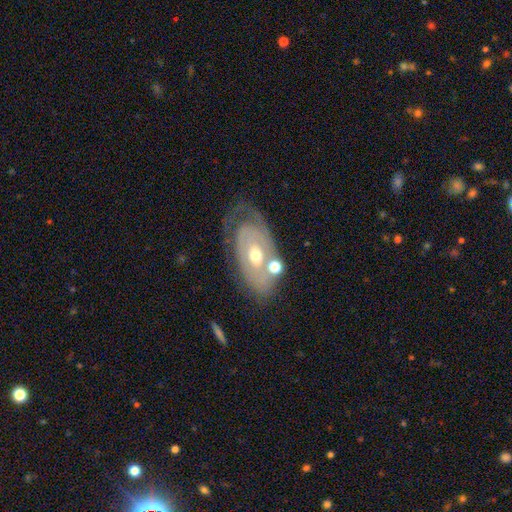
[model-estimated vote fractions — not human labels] Smooth or featured?
  - featured or disk: 71% *
  - smooth: 22%
  - star or artifact: 7%
Edge-on disk?
  - no: 91% *
  - yes: 9%
Bar?
  - no: 74% *
  - weak: 20%
  - strong: 6%
Spiral arms?
  - yes: 64% *
  - no: 36%
Bulge size?
  - moderate: 66% *
  - small: 27%
  - large: 4%
  - none: 1%
  - dominant: 1%
Merging?
  - none: 52% *
  - minor disturbance: 21%
  - major disturbance: 15%
  - merger: 12%